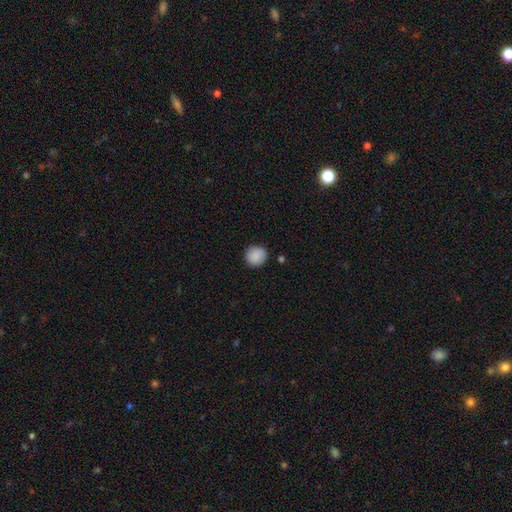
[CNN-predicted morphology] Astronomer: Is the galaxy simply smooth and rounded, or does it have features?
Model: smooth — 89%.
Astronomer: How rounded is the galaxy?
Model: round — 92%.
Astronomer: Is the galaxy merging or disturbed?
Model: none — 89%.